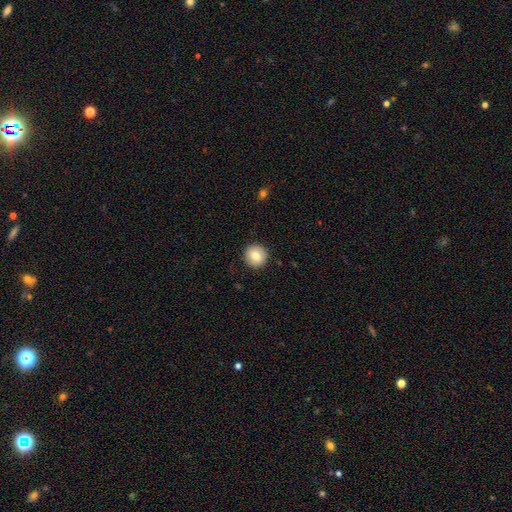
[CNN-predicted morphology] type=smooth (81%); roundness=round (94%); merging=none (91%).